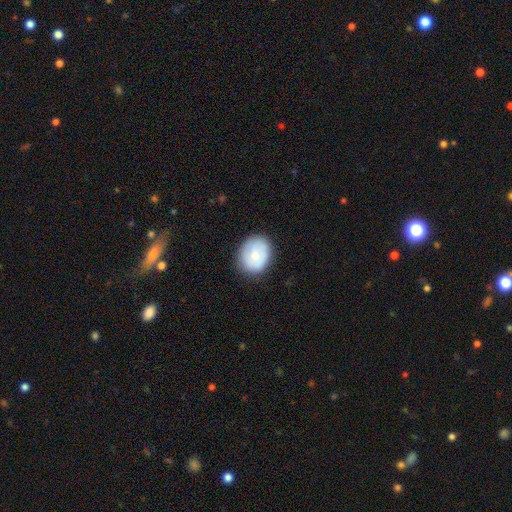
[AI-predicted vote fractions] A smooth galaxy with no disk features (72%) that is round (56%).

Vote fractions:
- Smooth or featured? smooth: 72% / featured or disk: 22% / star or artifact: 7%
- How rounded? round: 56% / in between: 44% / cigar-shaped: 1%
- Merging? none: 81% / minor disturbance: 14% / major disturbance: 3% / merger: 1%